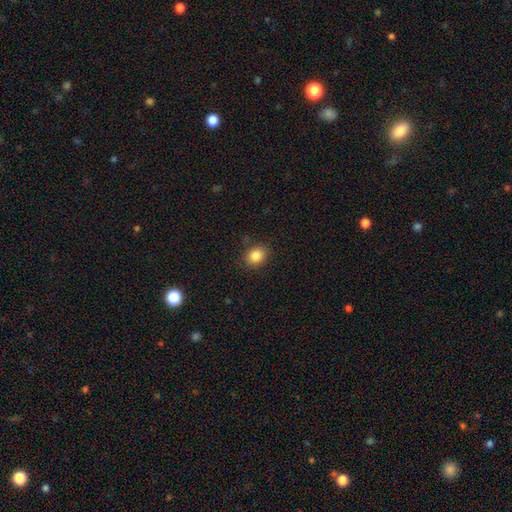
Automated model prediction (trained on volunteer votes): smooth-or-featured: smooth: 85% | star or artifact: 10% | featured or disk: 5%
  how-rounded: round: 59% | in between: 41% | cigar-shaped: 1%
  merging: none: 86% | minor disturbance: 10% | major disturbance: 3% | merger: 2%